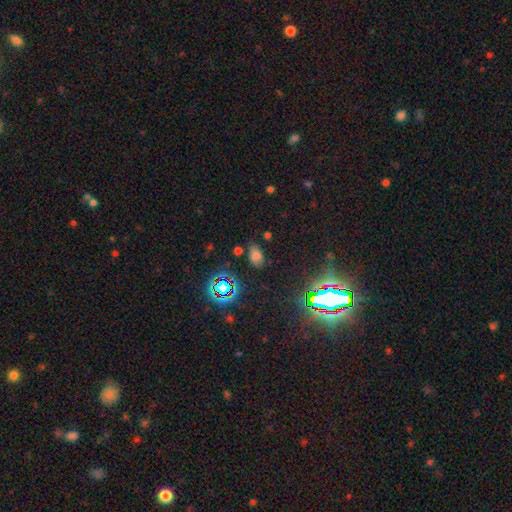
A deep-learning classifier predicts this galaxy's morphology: Smooth or featured? smooth (57%)
How rounded? in between (87%)
Merging? none (73%)